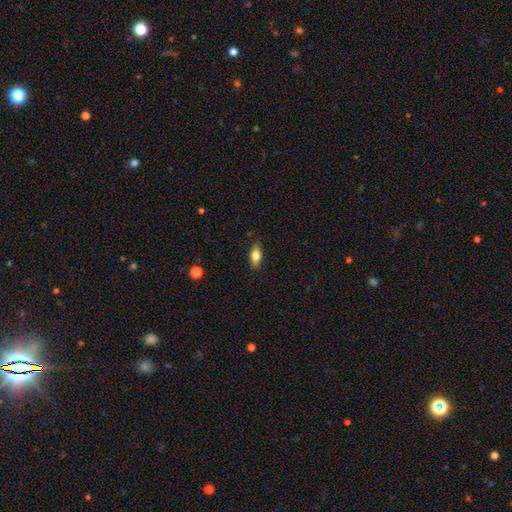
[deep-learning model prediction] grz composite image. It shows a smooth galaxy with no disk features (77%) that is in between round and cigar-shaped (85%). Merging: none (86%).